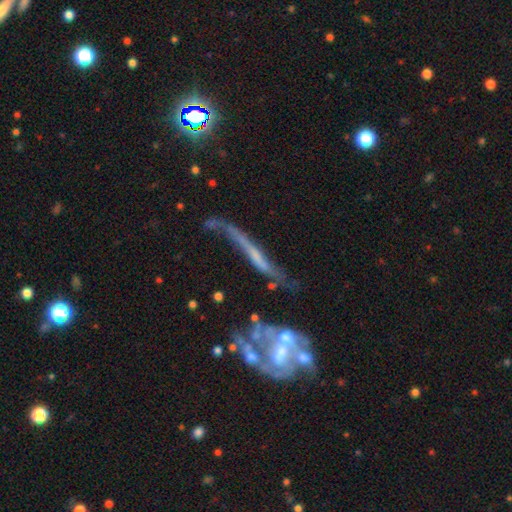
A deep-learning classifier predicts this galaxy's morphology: Smooth or featured: featured or disk — 68% (smooth — 21%)
Edge-on disk: no — 55% (yes — 45%)
Merging: none — 32% (major disturbance — 25%)